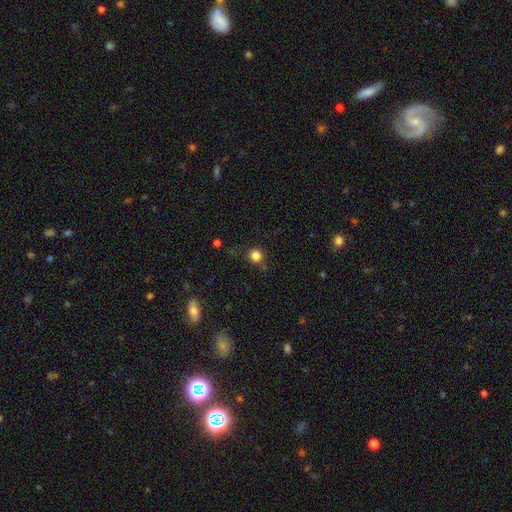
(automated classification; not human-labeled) Smooth or featured? smooth (83%)
How rounded? round (90%)
Merging? none (81%)